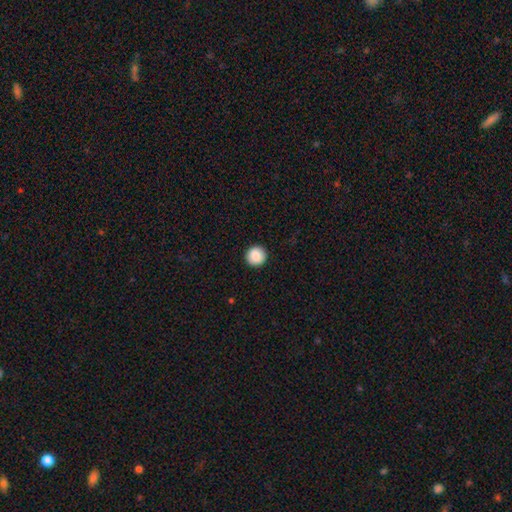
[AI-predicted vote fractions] smooth 88%, star or artifact 8%, featured or disk 4%. Down the decision tree: how rounded — round (96%); merging — none (93%).